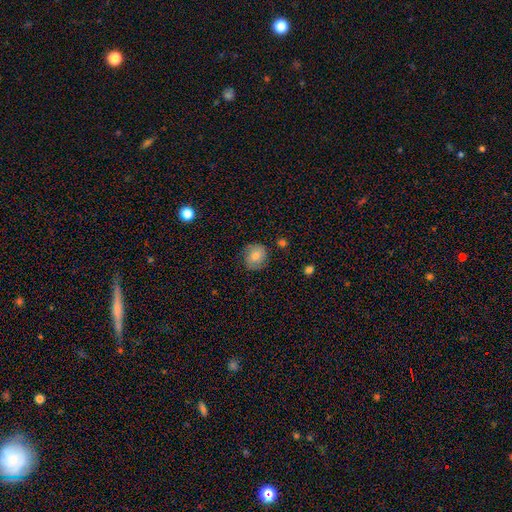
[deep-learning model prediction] A smooth galaxy with no disk features (65%) that is round (80%).

Vote fractions:
- Smooth or featured? smooth: 65% / featured or disk: 26% / star or artifact: 10%
- How rounded? round: 80% / in between: 19% / cigar-shaped: 1%
- Merging? none: 75% / minor disturbance: 18% / major disturbance: 5% / merger: 2%